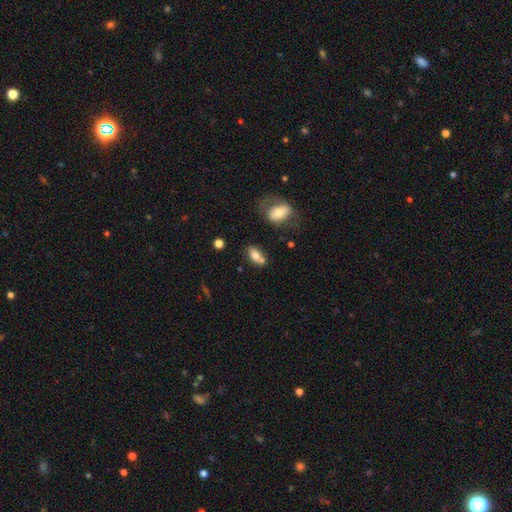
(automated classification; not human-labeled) Smooth or featured? Predicted: smooth (p=0.73). How rounded? Predicted: in between (p=0.84). Merging? Predicted: none (p=0.48).